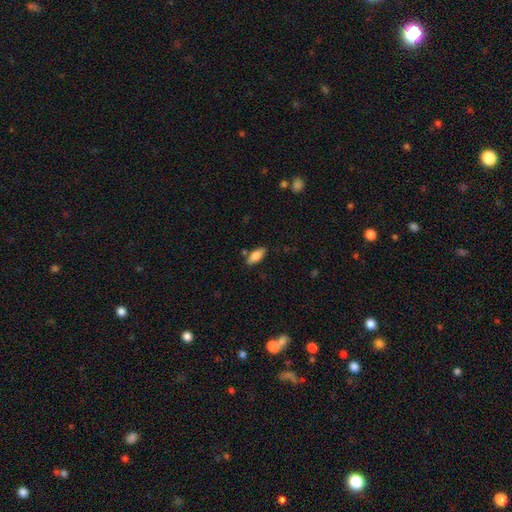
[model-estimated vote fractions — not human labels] Smooth or featured? Predicted: smooth (p=0.79). How rounded? Predicted: in between (p=0.80). Merging? Predicted: none (p=0.80).